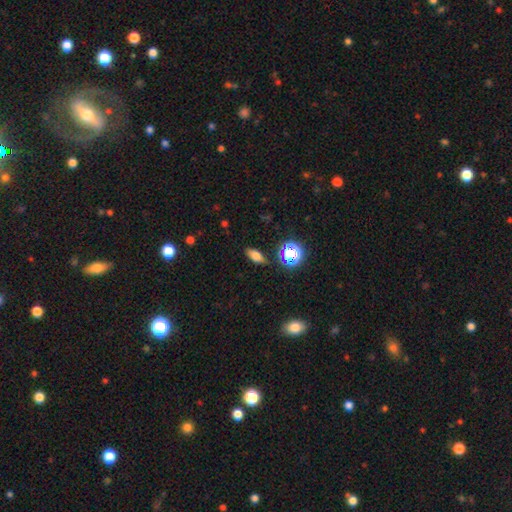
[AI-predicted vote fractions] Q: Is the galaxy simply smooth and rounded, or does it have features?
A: smooth — 69%.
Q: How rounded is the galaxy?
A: in between — 76%.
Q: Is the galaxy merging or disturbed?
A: none — 84%.